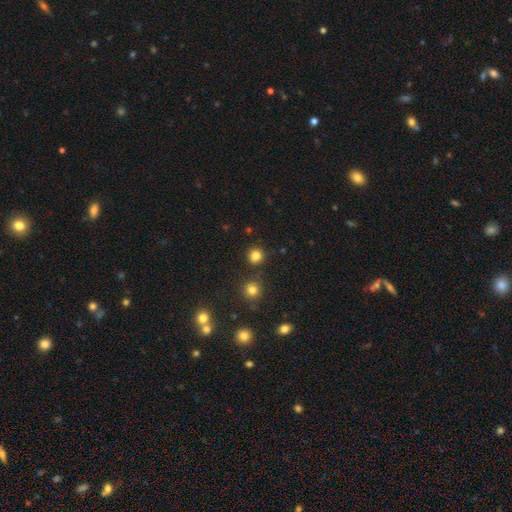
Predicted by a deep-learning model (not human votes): Smooth or featured: smooth — 81% (star or artifact — 15%)
How rounded: round — 91% (in between — 8%)
Merging: none — 86% (minor disturbance — 7%)